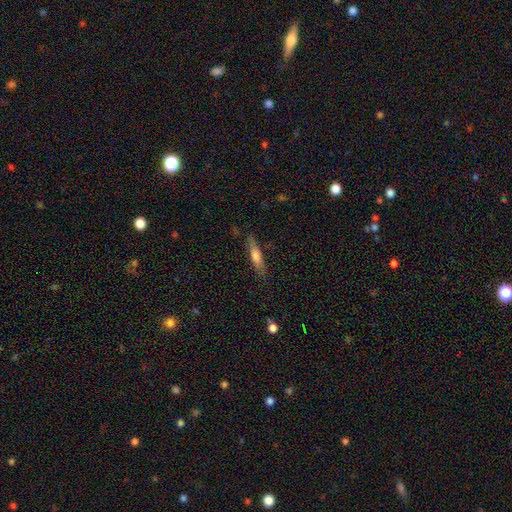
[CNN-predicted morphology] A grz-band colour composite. It shows a smooth galaxy with no disk features (62%) that is cigar-shaped (78%). Merging: none (80%).